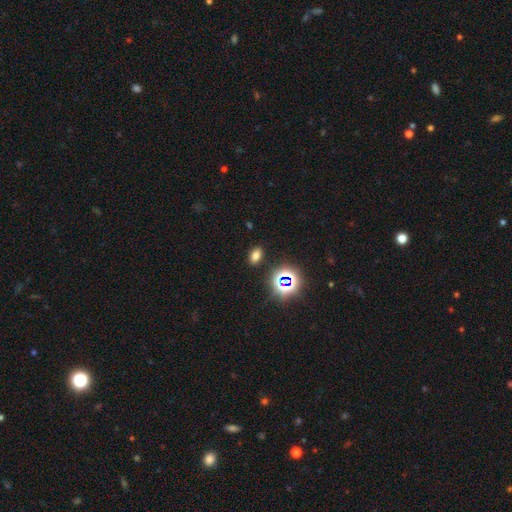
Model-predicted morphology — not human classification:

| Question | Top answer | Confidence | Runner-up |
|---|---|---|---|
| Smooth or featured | smooth | 66% | star or artifact (26%) |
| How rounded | in between | 84% | round (14%) |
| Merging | none | 88% | minor disturbance (8%) |